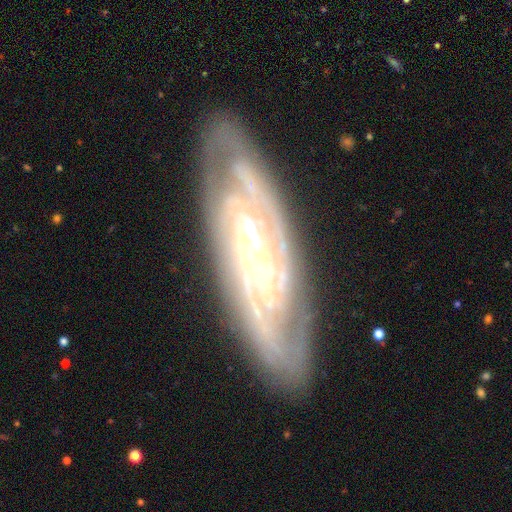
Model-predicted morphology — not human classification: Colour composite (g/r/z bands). It shows a featured or disk galaxy (87%) with a weak bar (37%), 2 (33%) tight (67%) spiral arms (96%) and a small central bulge (70%). Merging: none (80%).